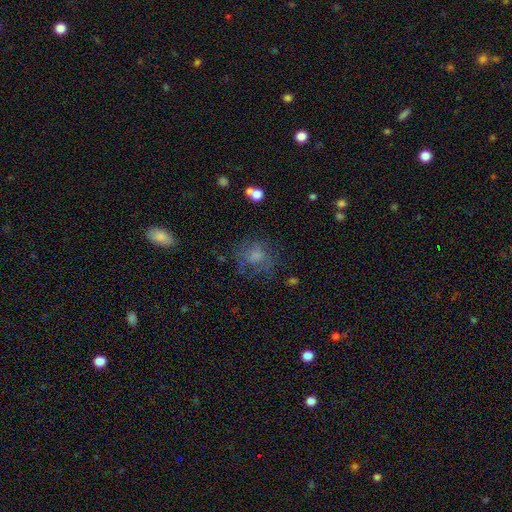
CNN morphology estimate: The model was most divided on "smooth or featured": smooth: 48%, featured or disk: 30%, star or artifact: 22%. More confident: merging — none (65%).